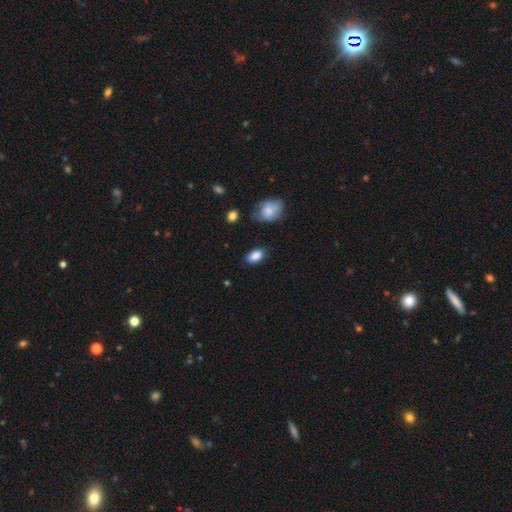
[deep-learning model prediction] The model was most divided on "merging": none: 81%, minor disturbance: 14%, major disturbance: 3%, merger: 2%. More confident: how rounded — in between (92%); smooth or featured — smooth (87%).